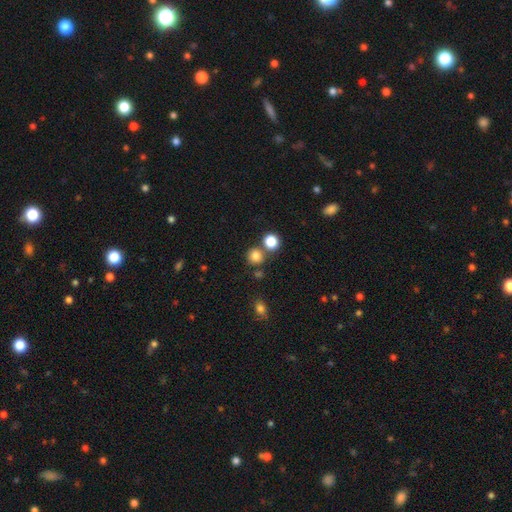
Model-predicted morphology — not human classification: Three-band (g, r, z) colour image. It shows a smooth galaxy with no disk features (80%) that is round (90%). Merging: none (74%).